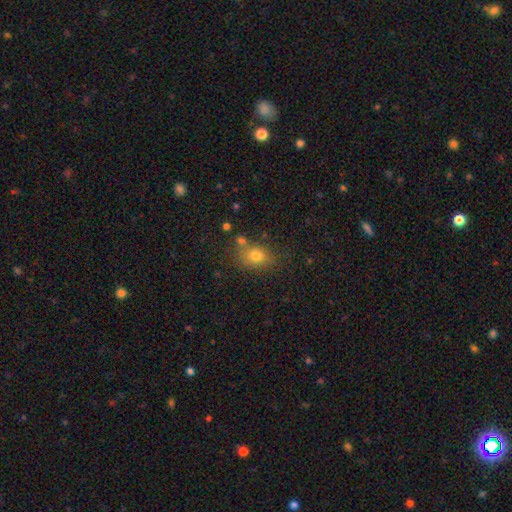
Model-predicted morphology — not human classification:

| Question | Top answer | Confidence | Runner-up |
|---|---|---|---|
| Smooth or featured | smooth | 76% | star or artifact (14%) |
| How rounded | in between | 52% | round (46%) |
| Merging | none | 66% | minor disturbance (16%) |